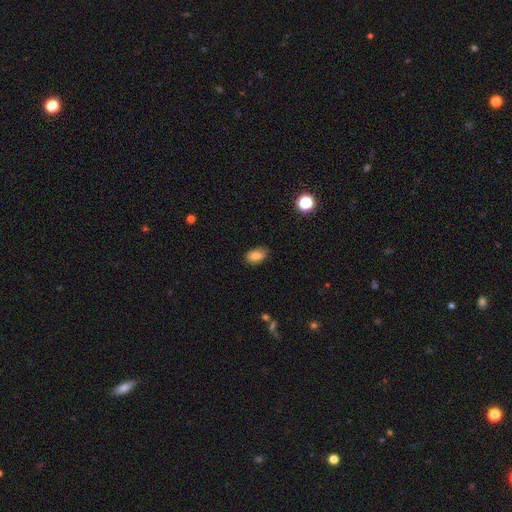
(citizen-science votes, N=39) A smooth galaxy with no disk features (90%) that is in between round and cigar-shaped (89%).

Vote fractions:
- Smooth or featured? smooth: 90% / featured or disk: 5% / star or artifact: 5%
- How rounded? in between: 89% / round: 9% / cigar-shaped: 3%
- Merging? none: 76% / minor disturbance: 24% / major disturbance: 0% / merger: 0%